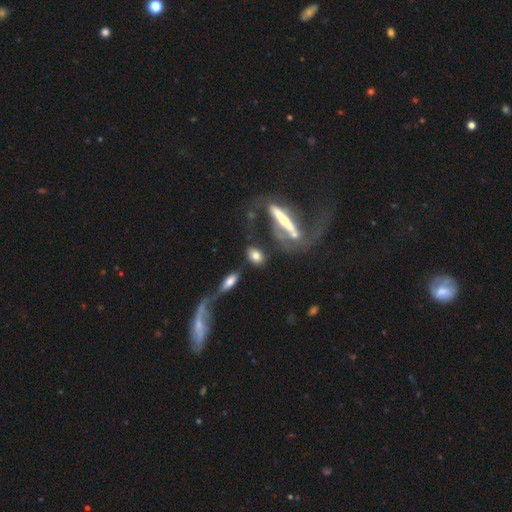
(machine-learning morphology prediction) Smooth or featured?
  - smooth: 64% *
  - featured or disk: 28%
  - star or artifact: 8%
How rounded?
  - in between: 74% *
  - round: 15%
  - cigar-shaped: 11%
Merging?
  - none: 51% *
  - merger: 22%
  - major disturbance: 14%
  - minor disturbance: 13%